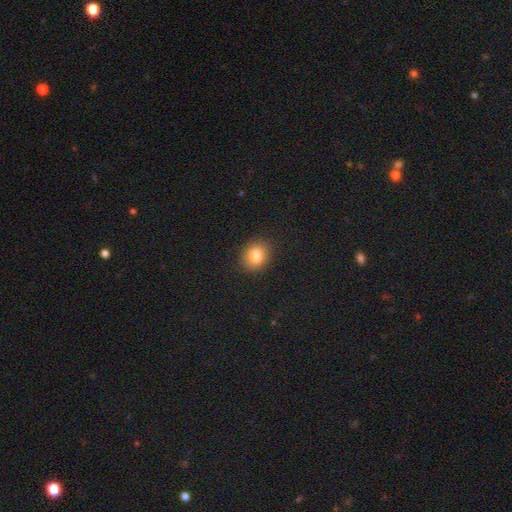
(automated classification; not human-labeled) Smooth or featured: smooth — 82% (star or artifact — 11%)
How rounded: round — 60% (in between — 39%)
Merging: none — 88% (minor disturbance — 8%)